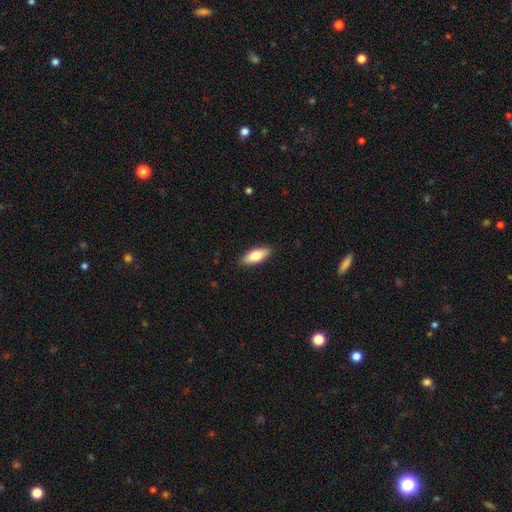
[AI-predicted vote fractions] A smooth galaxy with no disk features (72%) that is in between round and cigar-shaped (73%).

Vote fractions:
- Smooth or featured? smooth: 72% / featured or disk: 22% / star or artifact: 6%
- How rounded? in between: 73% / cigar-shaped: 24% / round: 2%
- Merging? none: 89% / minor disturbance: 8% / major disturbance: 2% / merger: 1%